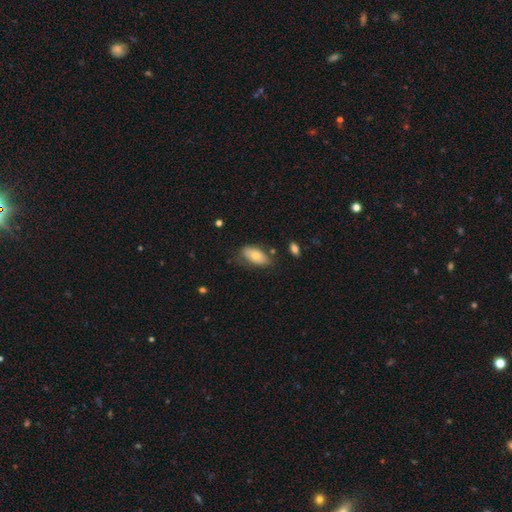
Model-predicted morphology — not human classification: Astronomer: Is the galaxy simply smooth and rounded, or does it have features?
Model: smooth — 70%.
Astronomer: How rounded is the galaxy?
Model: in between — 92%.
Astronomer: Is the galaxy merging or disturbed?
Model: none — 68%.